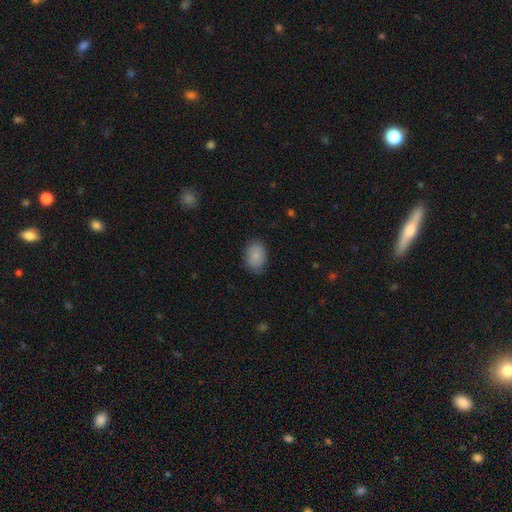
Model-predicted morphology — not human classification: Overall: smooth (84%). How rounded: in between (75%). Merging: none (78%).